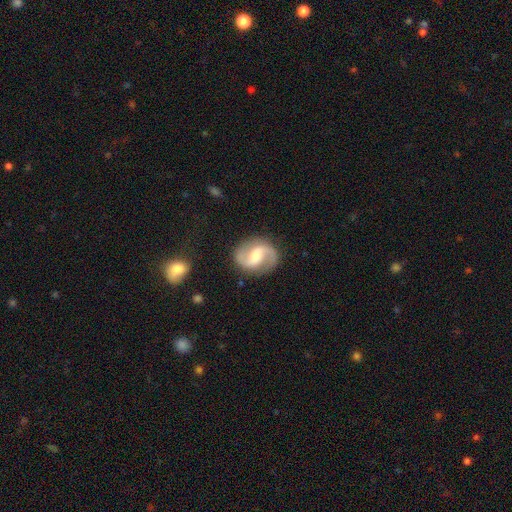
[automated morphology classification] Overall: featured or disk (87%). Edge-on disk: no (98%). Bar: weak (50%; no 28%). Spiral arms: yes (97%). Spiral arm count: 2 (94%). Spiral winding: medium (53%; loose 33%). Bulge size: moderate (49%; small 28%). Merging: none (85%).